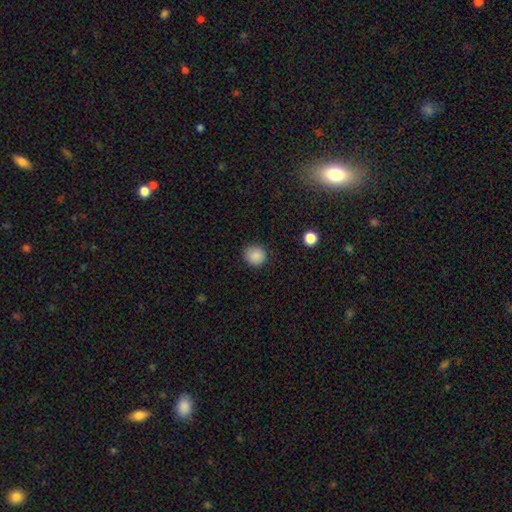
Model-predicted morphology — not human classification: smooth-or-featured: smooth: 87% | star or artifact: 9% | featured or disk: 3%
  how-rounded: round: 89% | in between: 10% | cigar-shaped: 1%
  merging: none: 88% | minor disturbance: 9% | major disturbance: 2% | merger: 1%